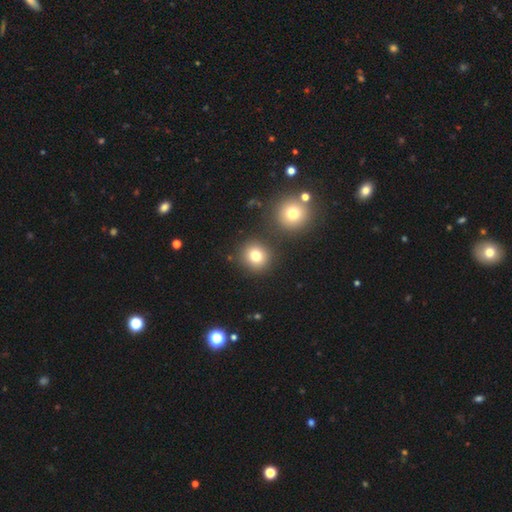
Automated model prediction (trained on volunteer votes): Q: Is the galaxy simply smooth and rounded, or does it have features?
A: smooth — 78%.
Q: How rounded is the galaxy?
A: round — 88%.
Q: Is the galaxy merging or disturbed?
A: none — 82%.